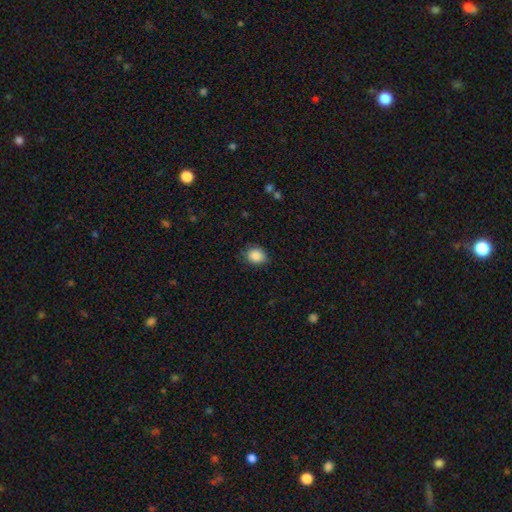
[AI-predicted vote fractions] A smooth galaxy with no disk features (87%) that is round (62%).

Vote fractions:
- Smooth or featured? smooth: 87% / star or artifact: 9% / featured or disk: 4%
- How rounded? round: 62% / in between: 37% / cigar-shaped: 1%
- Merging? none: 77% / minor disturbance: 18% / major disturbance: 3% / merger: 1%